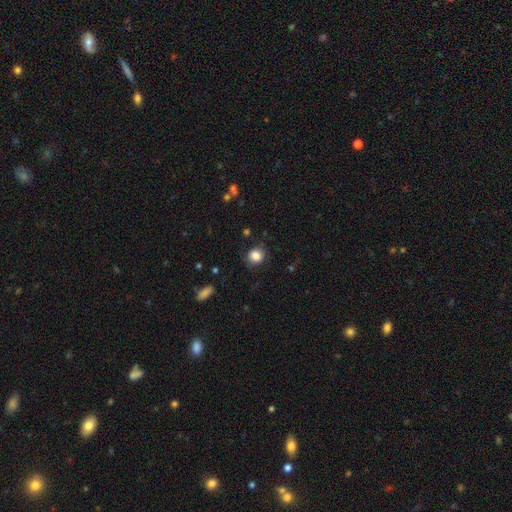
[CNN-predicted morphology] A smooth galaxy with no disk features (84%) that is round (83%).

Vote fractions:
- Smooth or featured? smooth: 84% / star or artifact: 10% / featured or disk: 6%
- How rounded? round: 83% / in between: 16% / cigar-shaped: 1%
- Merging? none: 83% / minor disturbance: 13% / major disturbance: 4% / merger: 1%